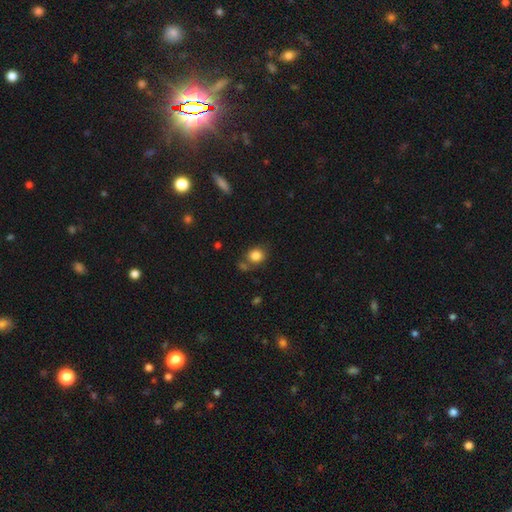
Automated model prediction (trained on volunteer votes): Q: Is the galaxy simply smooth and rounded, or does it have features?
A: smooth — 84%.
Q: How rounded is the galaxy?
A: round — 71%.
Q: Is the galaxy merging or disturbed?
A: none — 71%.